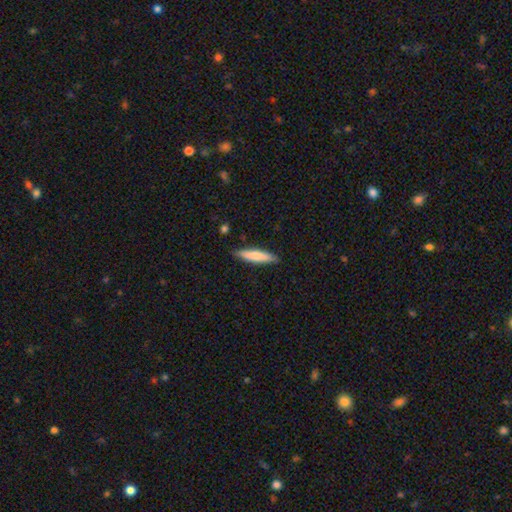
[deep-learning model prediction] smooth_or_featured: smooth (p=0.72) [alt: featured or disk p=0.23]
how_rounded: cigar-shaped (p=0.84) [alt: in between p=0.15]
merging: none (p=0.88) [alt: minor disturbance p=0.09]